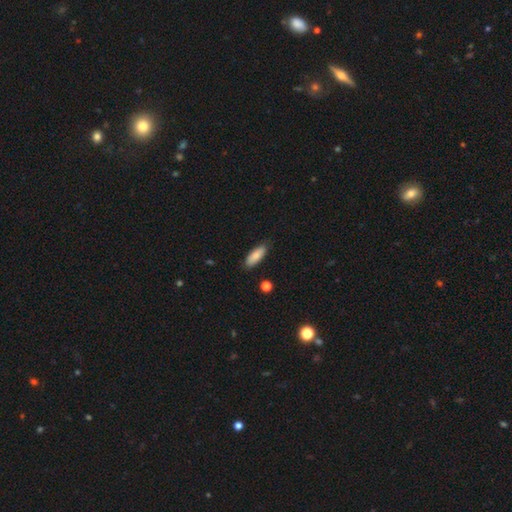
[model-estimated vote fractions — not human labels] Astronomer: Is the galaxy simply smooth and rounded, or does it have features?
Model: smooth — 84%.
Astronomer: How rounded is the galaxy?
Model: in between — 67%.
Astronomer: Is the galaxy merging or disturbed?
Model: none — 84%.